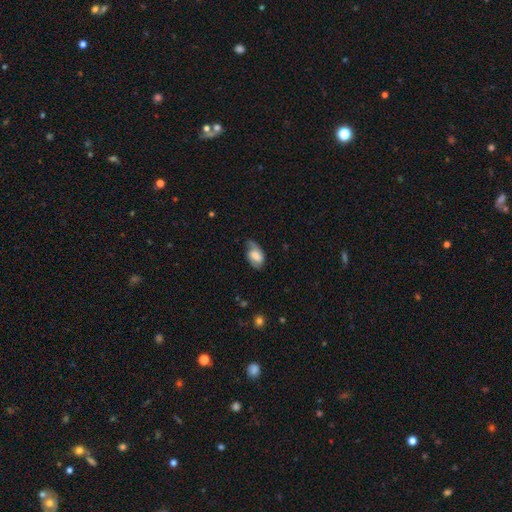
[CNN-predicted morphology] Smooth or featured? smooth (49%)
Merging? none (49%)